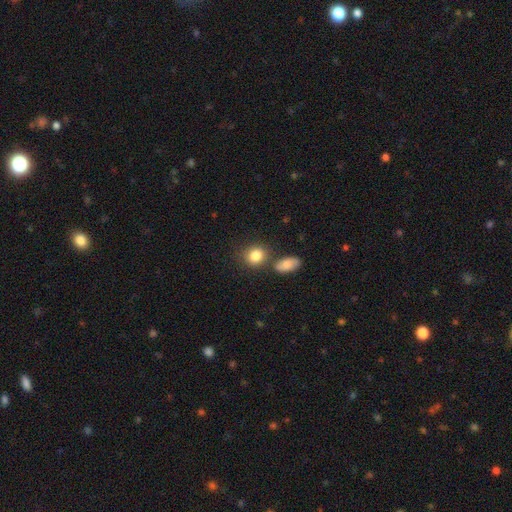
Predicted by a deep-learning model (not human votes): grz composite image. It shows a smooth galaxy with no disk features (84%) that is round (68%). Merging: none (65%).